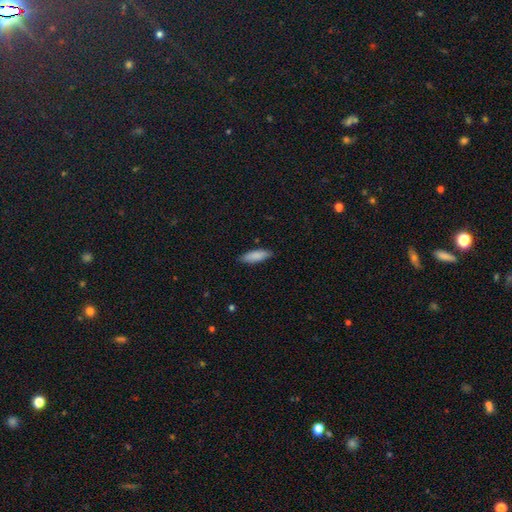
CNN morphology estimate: smooth 87%, featured or disk 7%, star or artifact 6%. Down the decision tree: how rounded — in between (53%); merging — none (86%).